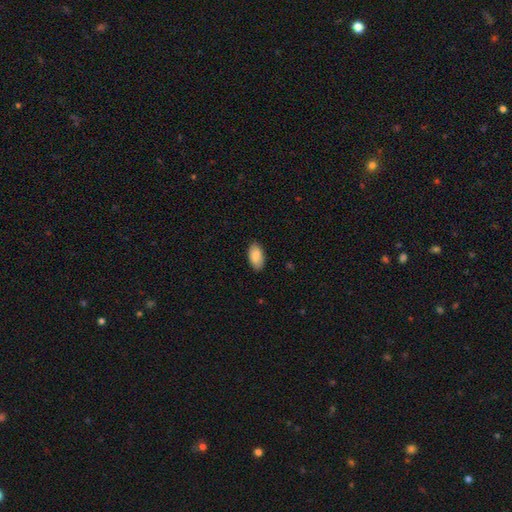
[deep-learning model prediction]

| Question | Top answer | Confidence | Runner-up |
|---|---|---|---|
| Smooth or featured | smooth | 88% | star or artifact (6%) |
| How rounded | in between | 95% | cigar-shaped (3%) |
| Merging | none | 85% | minor disturbance (12%) |